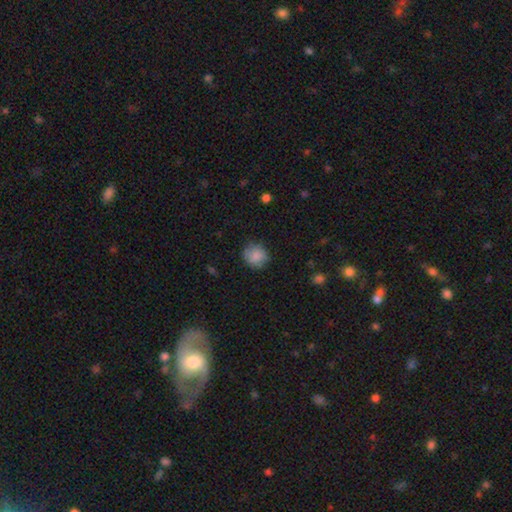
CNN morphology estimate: Smooth or featured? Predicted: smooth (p=0.85). How rounded? Predicted: round (p=0.86). Merging? Predicted: none (p=0.79).